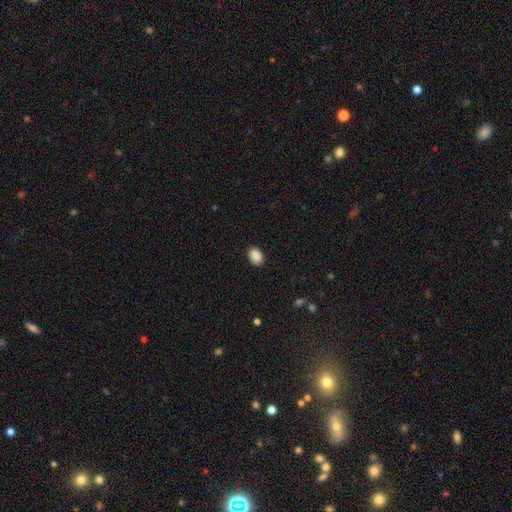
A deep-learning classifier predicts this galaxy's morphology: smooth 90%, star or artifact 8%, featured or disk 2%. Down the decision tree: how rounded — in between (76%); merging — none (88%).